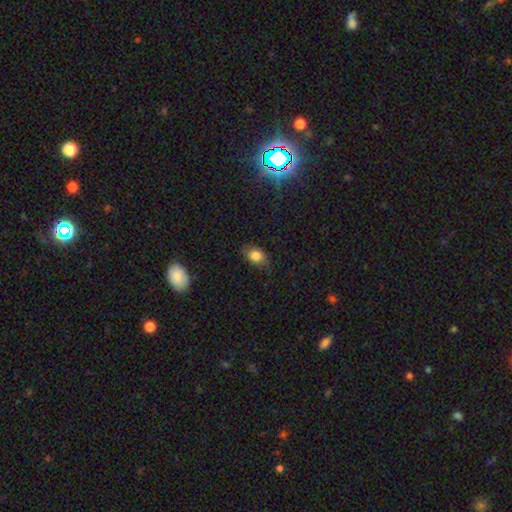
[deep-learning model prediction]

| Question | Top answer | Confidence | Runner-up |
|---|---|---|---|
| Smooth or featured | smooth | 81% | star or artifact (10%) |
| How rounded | in between | 78% | round (20%) |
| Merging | none | 78% | minor disturbance (17%) |